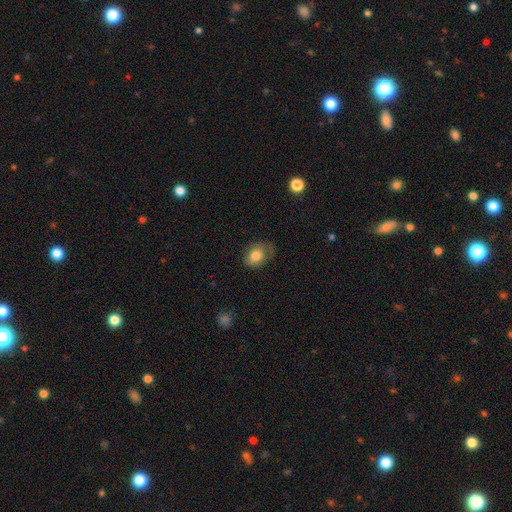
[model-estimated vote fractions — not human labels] This appears to be a smooth galaxy with no disk features (80%) that is in between round and cigar-shaped (64%). Merging: none (62%).